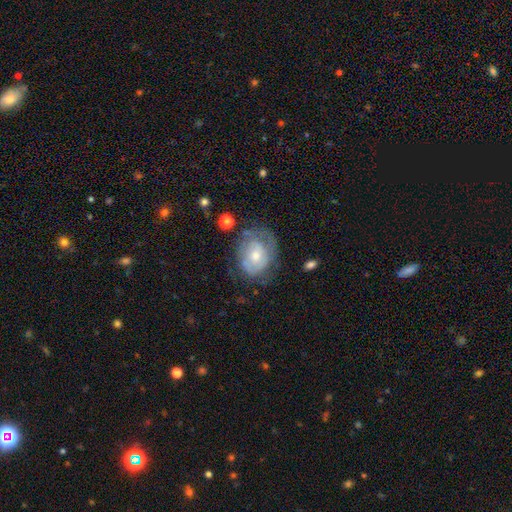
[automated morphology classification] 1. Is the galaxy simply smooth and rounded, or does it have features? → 56% featured or disk, 37% smooth, 7% star or artifact.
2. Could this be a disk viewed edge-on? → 97% no, 3% yes.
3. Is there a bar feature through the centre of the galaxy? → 74% no, 22% weak, 4% strong.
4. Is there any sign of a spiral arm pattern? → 62% yes, 38% no.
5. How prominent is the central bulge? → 48% moderate, 43% small, 5% large, 3% none, 1% dominant.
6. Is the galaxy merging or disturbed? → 50% none, 28% minor disturbance, 19% major disturbance, 3% merger.